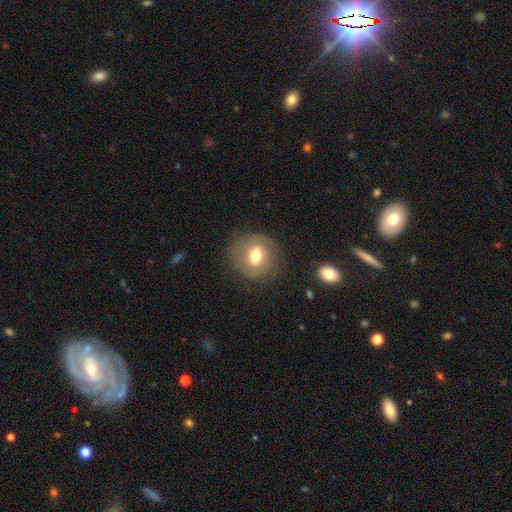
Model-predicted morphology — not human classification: The model was most divided on "smooth or featured": smooth: 59%, featured or disk: 32%, star or artifact: 9%. More confident: how rounded — round (79%); merging — none (78%).